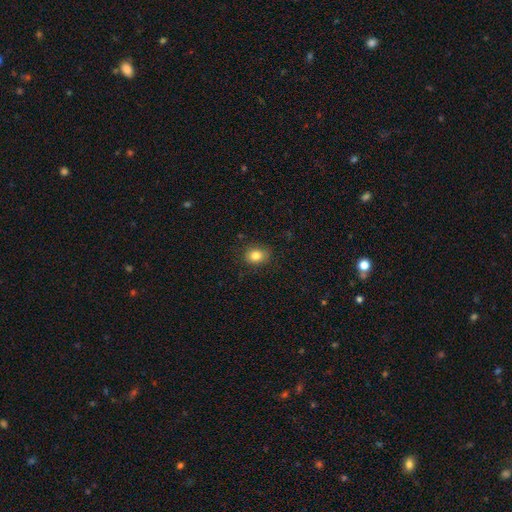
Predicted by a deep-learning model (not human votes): smooth_or_featured: smooth (p=0.83) [alt: star or artifact p=0.10]
how_rounded: in between (p=0.53) [alt: round p=0.46]
merging: none (p=0.85) [alt: minor disturbance p=0.11]